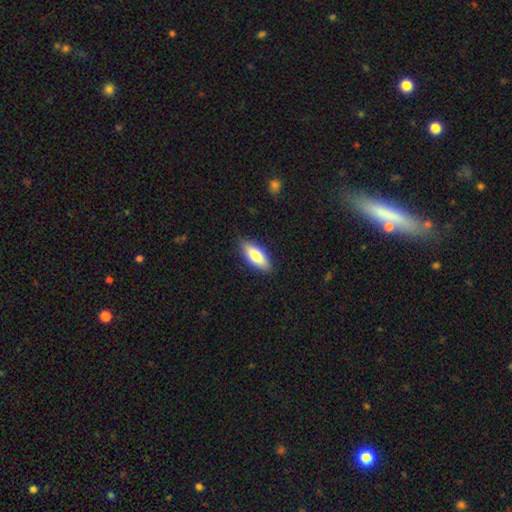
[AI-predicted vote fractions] Smooth or featured?
  - smooth: 74% *
  - featured or disk: 20%
  - star or artifact: 6%
How rounded?
  - in between: 74% *
  - cigar-shaped: 24%
  - round: 2%
Merging?
  - none: 87% *
  - minor disturbance: 10%
  - major disturbance: 2%
  - merger: 1%